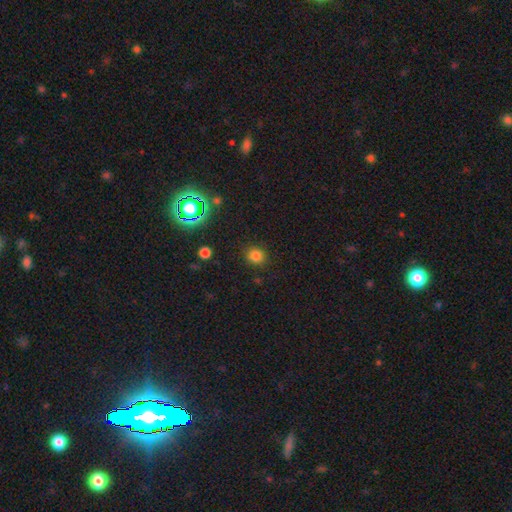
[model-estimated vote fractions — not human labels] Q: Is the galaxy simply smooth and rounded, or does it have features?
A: smooth — 80%.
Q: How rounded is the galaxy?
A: round — 85%.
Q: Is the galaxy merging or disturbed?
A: none — 88%.